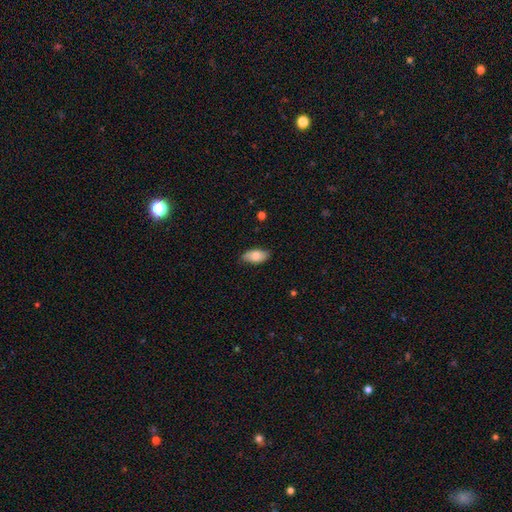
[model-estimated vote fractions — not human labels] smooth 77%, featured or disk 17%, star or artifact 6%. Down the decision tree: how rounded — in between (93%); merging — none (78%).